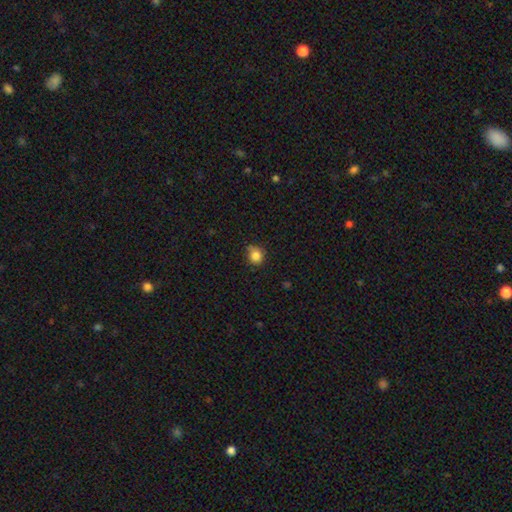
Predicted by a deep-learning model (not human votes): smooth-or-featured: smooth: 83% | star or artifact: 11% | featured or disk: 6%
  how-rounded: round: 84% | in between: 15% | cigar-shaped: 1%
  merging: none: 64% | minor disturbance: 28% | major disturbance: 6% | merger: 2%